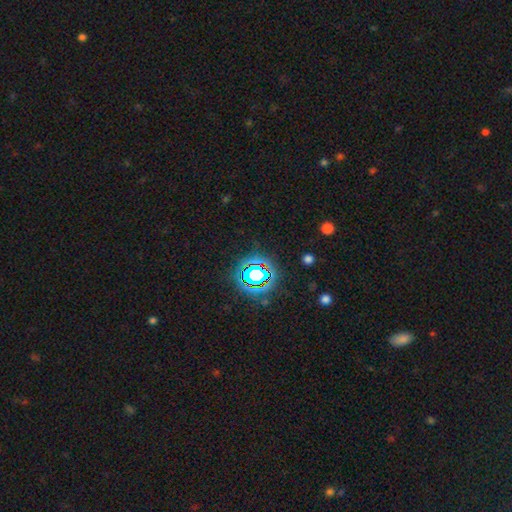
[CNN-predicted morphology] This is clearly a star or artifact rather than a galaxy (80%).